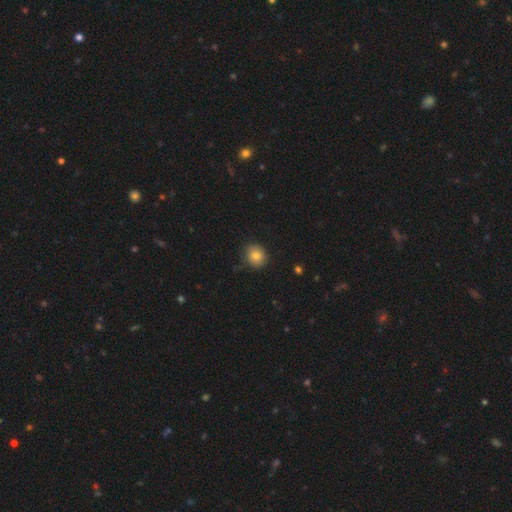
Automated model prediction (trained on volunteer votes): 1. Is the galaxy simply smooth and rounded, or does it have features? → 80% smooth, 10% featured or disk, 10% star or artifact.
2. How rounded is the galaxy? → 82% round, 18% in between, 1% cigar-shaped.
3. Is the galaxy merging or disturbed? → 79% none, 16% minor disturbance, 3% major disturbance, 1% merger.